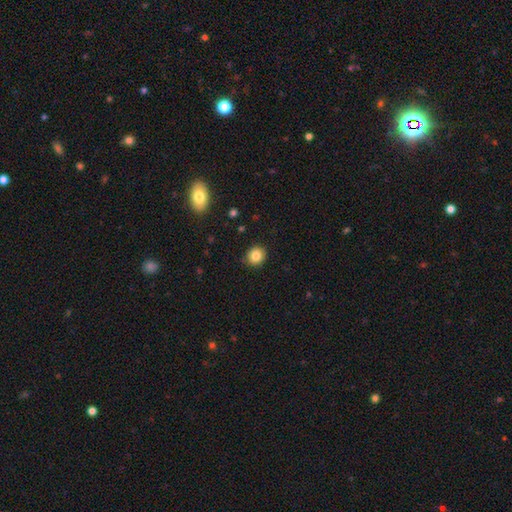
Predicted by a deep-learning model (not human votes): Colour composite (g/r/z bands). It shows a smooth galaxy with no disk features (84%) that is round (84%). Merging: none (89%).